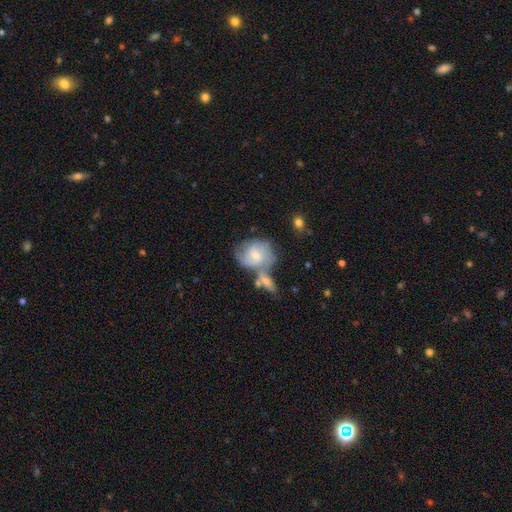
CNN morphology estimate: Smooth or featured? Predicted: featured or disk (p=0.63). Edge-on disk? Predicted: no (p=0.97). Bar? Predicted: weak (p=0.47). Spiral arms? Predicted: yes (p=0.86). Spiral winding? Predicted: medium (p=0.46). Spiral arm count? Predicted: 2 (p=0.49). Bulge size? Predicted: small (p=0.51). Merging? Predicted: merger (p=0.40).